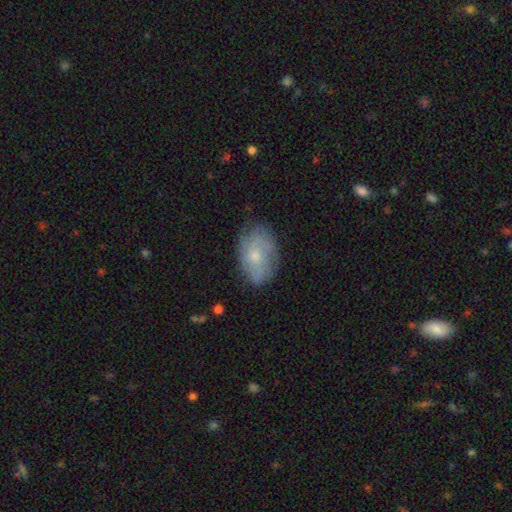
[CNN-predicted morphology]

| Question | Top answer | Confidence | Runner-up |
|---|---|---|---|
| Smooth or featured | smooth | 53% | featured or disk (39%) |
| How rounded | in between | 87% | round (11%) |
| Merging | none | 69% | minor disturbance (23%) |